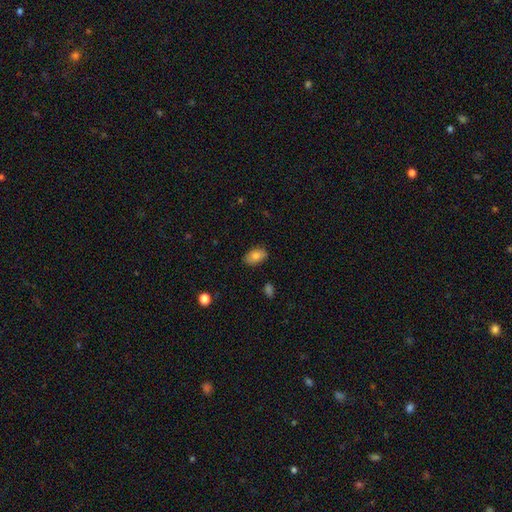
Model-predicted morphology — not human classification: Smooth or featured: smooth — 79% (featured or disk — 13%)
How rounded: in between — 91% (round — 7%)
Merging: none — 83% (minor disturbance — 14%)